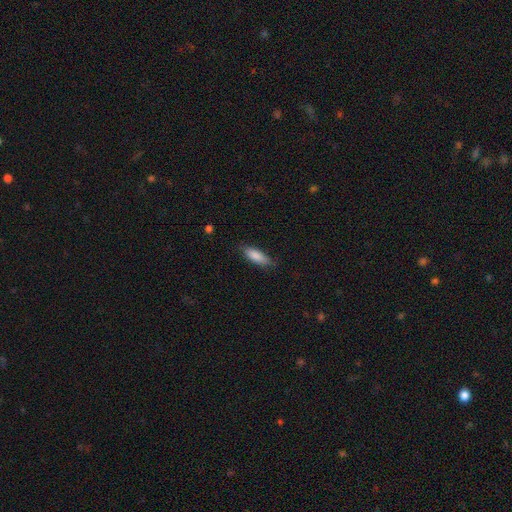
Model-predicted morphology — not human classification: A smooth galaxy with no disk features (86%) that is in between round and cigar-shaped (66%).

Vote fractions:
- Smooth or featured? smooth: 86% / featured or disk: 8% / star or artifact: 6%
- How rounded? in between: 66% / cigar-shaped: 32% / round: 2%
- Merging? none: 78% / minor disturbance: 18% / major disturbance: 3% / merger: 1%